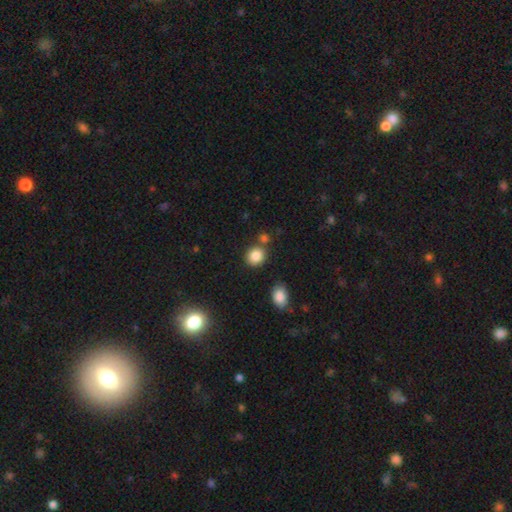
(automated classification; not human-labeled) Smooth or featured?
  - smooth: 85% *
  - star or artifact: 10%
  - featured or disk: 5%
How rounded?
  - round: 78% *
  - in between: 21%
  - cigar-shaped: 1%
Merging?
  - none: 73% *
  - merger: 13%
  - minor disturbance: 11%
  - major disturbance: 3%